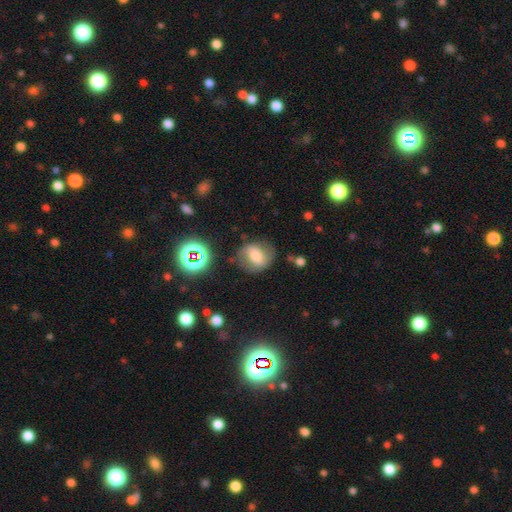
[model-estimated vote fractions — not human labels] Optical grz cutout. It shows a smooth galaxy with no disk features (52%) that is round (64%). Merging: none (68%).